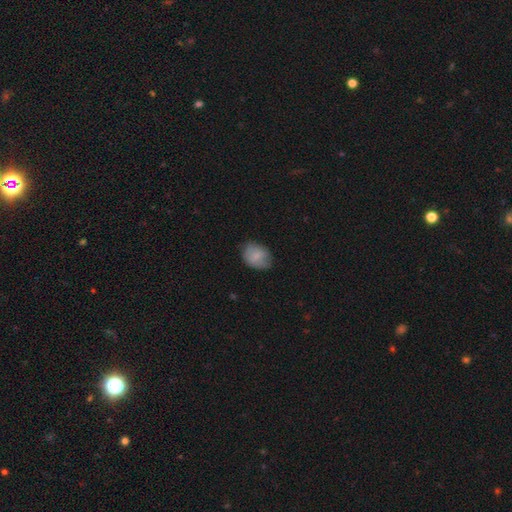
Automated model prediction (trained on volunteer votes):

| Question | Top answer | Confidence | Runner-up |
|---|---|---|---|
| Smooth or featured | smooth | 79% | featured or disk (14%) |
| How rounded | in between | 64% | round (35%) |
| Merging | none | 68% | minor disturbance (25%) |